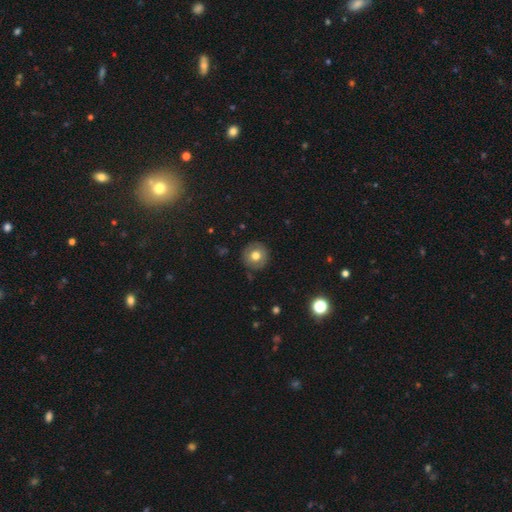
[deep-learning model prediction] smooth 69%, featured or disk 21%, star or artifact 10%. Down the decision tree: how rounded — round (94%); merging — none (87%).